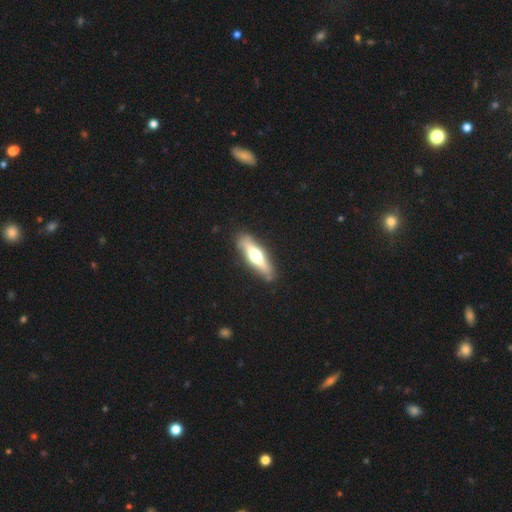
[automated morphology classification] Smooth or featured? featured or disk (58%)
Edge-on disk? yes (89%)
Edge-on bulge? rounded (91%)
Merging? none (85%)